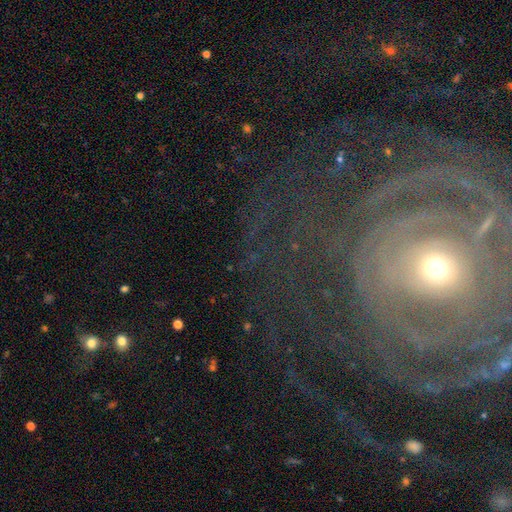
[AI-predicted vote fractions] The model was most divided on "spiral arm count": can't tell: 35%, 2: 16%, more than 4: 13%, 3: 13%, 4: 12%, 1: 10%. More confident: edge-on disk — no (95%); spiral arms — yes (85%); smooth or featured — featured or disk (78%); spiral winding — tight (71%); merging — none (67%); bar — no (66%); bulge size — small (59%).